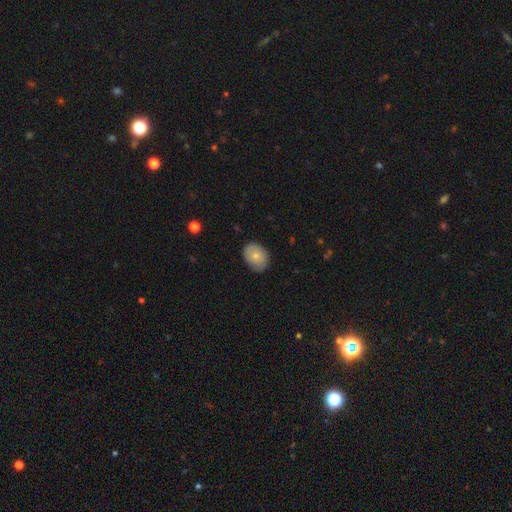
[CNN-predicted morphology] Smooth or featured? smooth (73%)
How rounded? in between (66%)
Merging? none (75%)